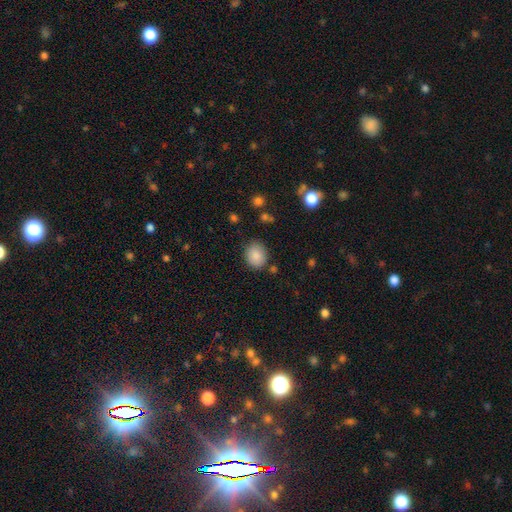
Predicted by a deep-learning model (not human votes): A smooth galaxy with no disk features (86%) that is round (60%). Merging: none (80%).